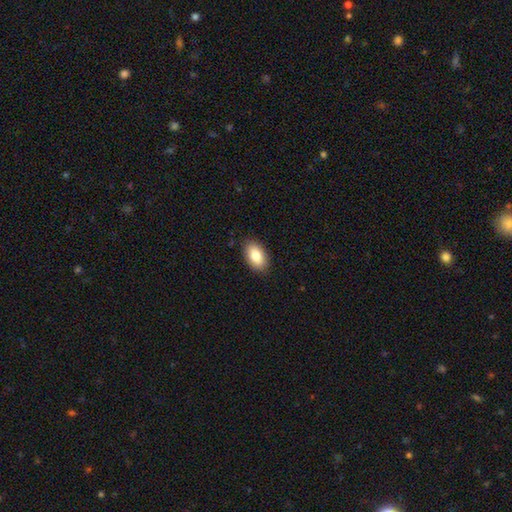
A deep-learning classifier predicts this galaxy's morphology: type=smooth (86%); roundness=in between (93%); merging=none (88%).